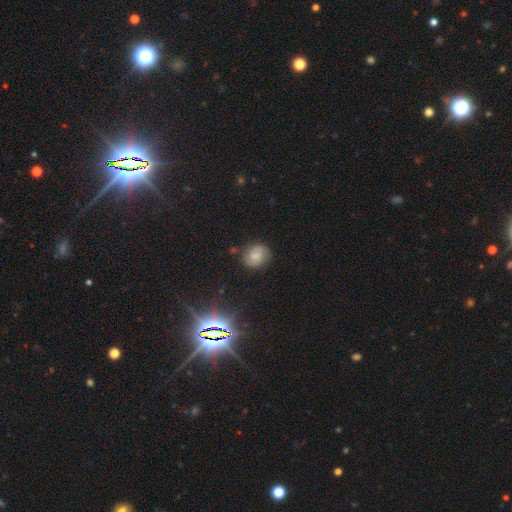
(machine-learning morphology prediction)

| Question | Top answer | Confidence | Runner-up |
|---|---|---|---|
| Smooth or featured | featured or disk | 45% | smooth (44%) |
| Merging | none | 79% | minor disturbance (14%) |